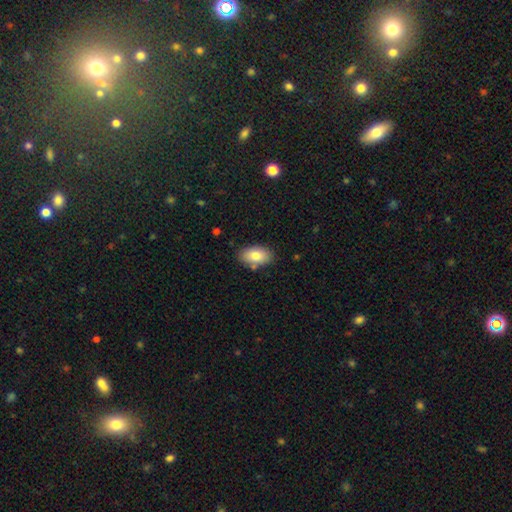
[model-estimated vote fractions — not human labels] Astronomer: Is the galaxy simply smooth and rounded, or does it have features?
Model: smooth — 81%.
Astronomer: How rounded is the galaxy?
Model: in between — 93%.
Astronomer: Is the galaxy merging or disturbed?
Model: none — 81%.